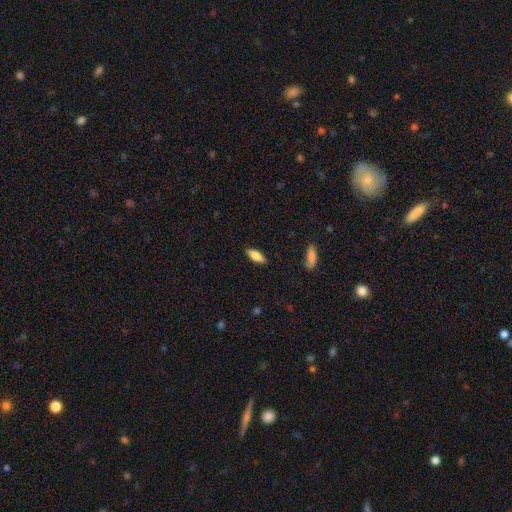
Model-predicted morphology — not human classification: Smooth or featured? smooth (73%)
How rounded? in between (66%)
Merging? none (87%)